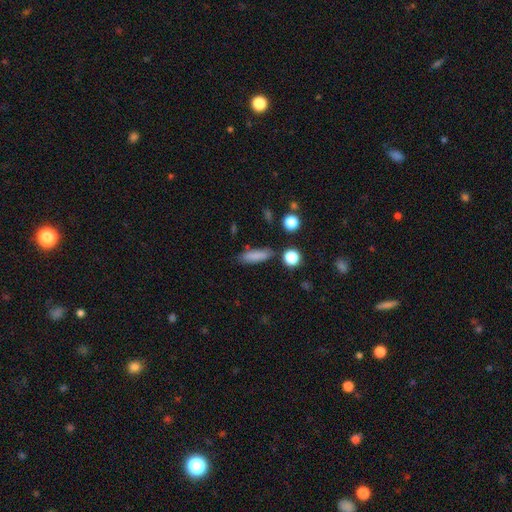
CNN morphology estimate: smooth_or_featured: smooth (p=0.83) [alt: star or artifact p=0.09]
how_rounded: cigar-shaped (p=0.54) [alt: in between p=0.42]
merging: none (p=0.80) [alt: minor disturbance p=0.13]